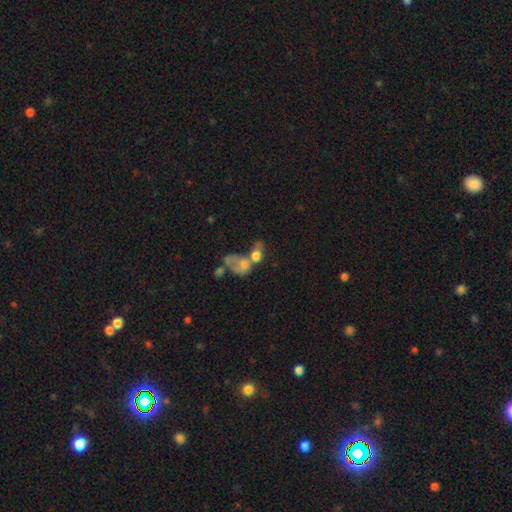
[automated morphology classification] smooth 60%, featured or disk 29%, star or artifact 12%. Down the decision tree: how rounded — in between (67%); merging — merger (67%).